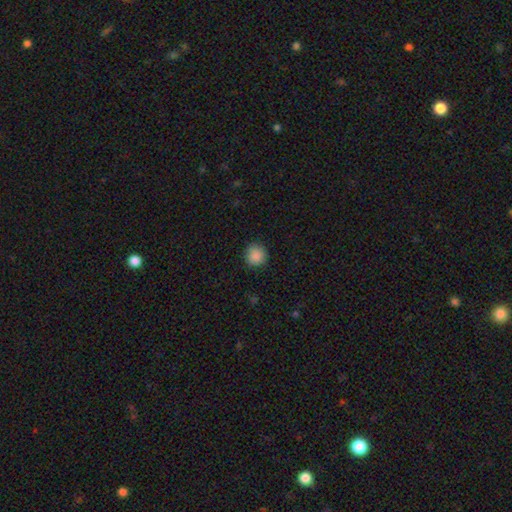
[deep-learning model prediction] Overall: smooth (88%). How rounded: round (92%). Merging: none (88%).